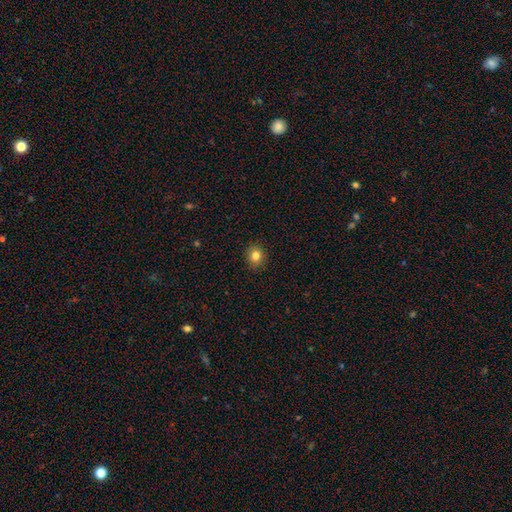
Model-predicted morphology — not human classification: This is clearly a smooth galaxy (82%). How rounded: likely round (68%). Merging: clearly none (90%).